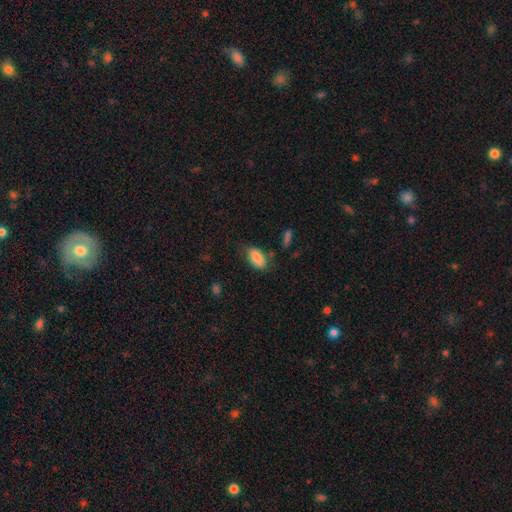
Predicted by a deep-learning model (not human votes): This appears to be a smooth galaxy with no disk features (87%) that is in between round and cigar-shaped (92%). Merging: none (68%).